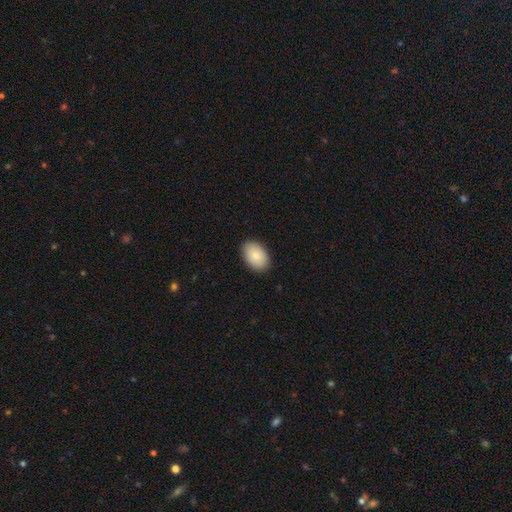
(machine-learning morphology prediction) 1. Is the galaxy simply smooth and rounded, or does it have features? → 84% smooth, 9% featured or disk, 6% star or artifact.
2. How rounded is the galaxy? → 89% in between, 10% round, 1% cigar-shaped.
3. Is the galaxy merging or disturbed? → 88% none, 9% minor disturbance, 2% major disturbance, 1% merger.